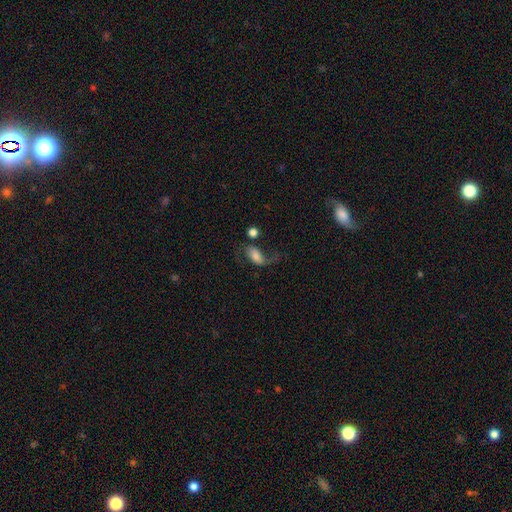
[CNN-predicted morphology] Smooth or featured?
  - featured or disk: 48% *
  - smooth: 41%
  - star or artifact: 11%
Merging?
  - none: 42% *
  - major disturbance: 29%
  - minor disturbance: 19%
  - merger: 11%